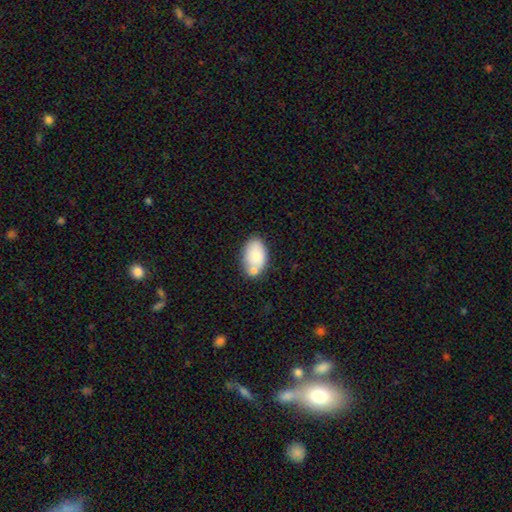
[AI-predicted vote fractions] Smooth or featured: smooth — 78% (featured or disk — 15%)
How rounded: in between — 91% (round — 8%)
Merging: none — 57% (merger — 20%)